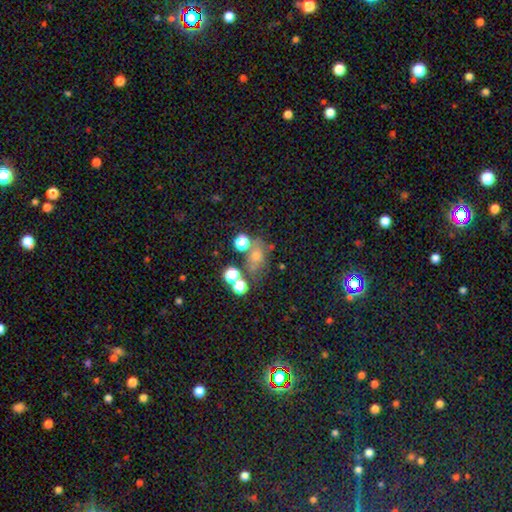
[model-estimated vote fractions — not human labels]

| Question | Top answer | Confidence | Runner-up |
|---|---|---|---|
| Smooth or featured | smooth | 51% | star or artifact (30%) |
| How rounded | in between | 52% | round (45%) |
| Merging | none | 52% | merger (22%) |